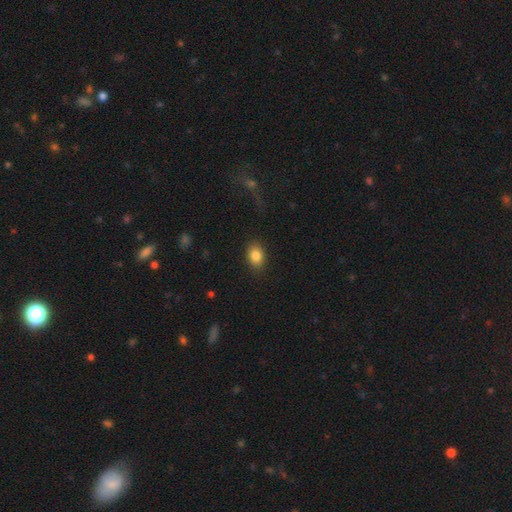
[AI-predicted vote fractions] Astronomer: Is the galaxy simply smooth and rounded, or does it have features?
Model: smooth — 85%.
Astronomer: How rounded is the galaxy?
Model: in between — 73%.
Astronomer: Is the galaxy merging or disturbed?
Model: none — 86%.